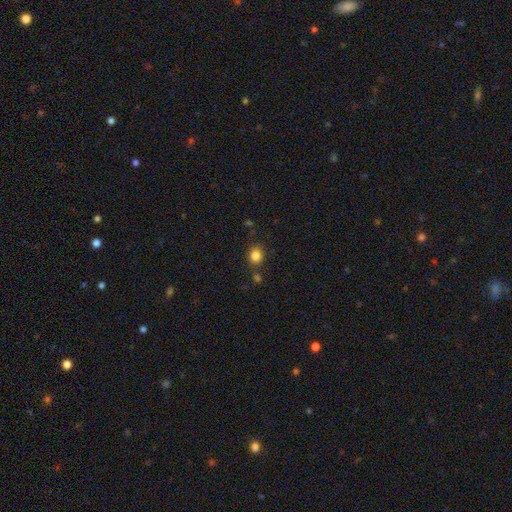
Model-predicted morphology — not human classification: smooth_or_featured: smooth (p=0.84) [alt: star or artifact p=0.12]
how_rounded: round (p=0.69) [alt: in between p=0.30]
merging: none (p=0.79) [alt: minor disturbance p=0.11]